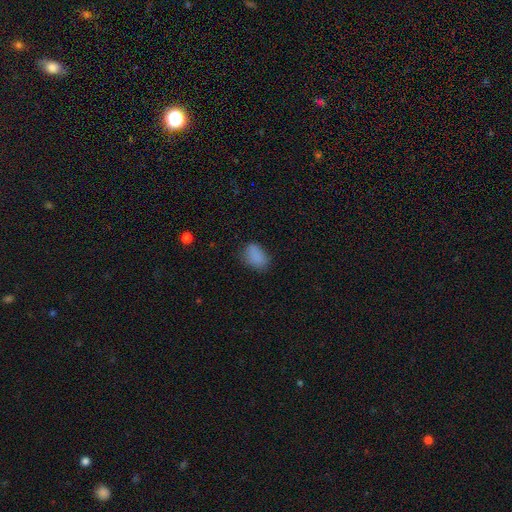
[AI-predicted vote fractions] Smooth or featured? smooth (84%)
How rounded? in between (84%)
Merging? none (68%)